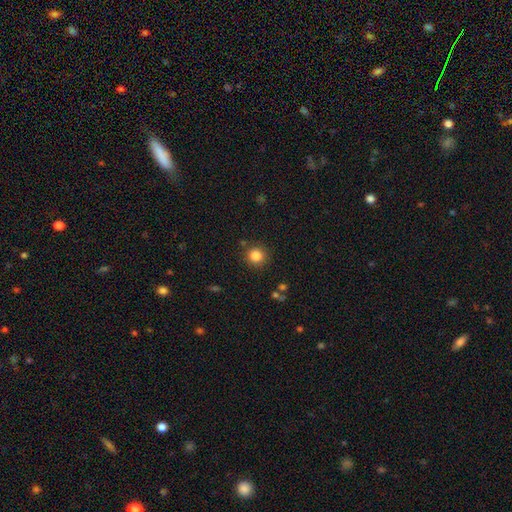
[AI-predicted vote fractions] The model was most divided on "smooth or featured": smooth: 84%, star or artifact: 11%, featured or disk: 5%. More confident: how rounded — round (93%); merging — none (87%).